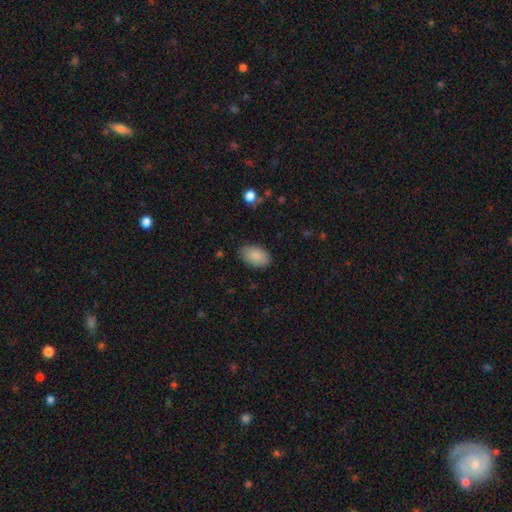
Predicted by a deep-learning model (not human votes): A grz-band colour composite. It shows a smooth galaxy with no disk features (88%) that is in between round and cigar-shaped (92%). Merging: none (84%).